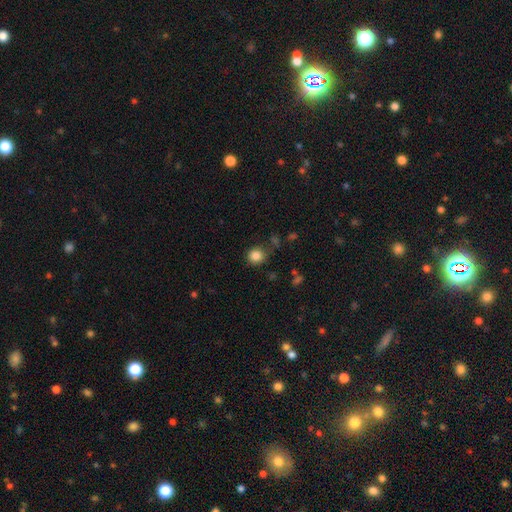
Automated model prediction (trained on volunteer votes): smooth 85%, star or artifact 11%, featured or disk 5%. Down the decision tree: how rounded — round (85%); merging — none (78%).